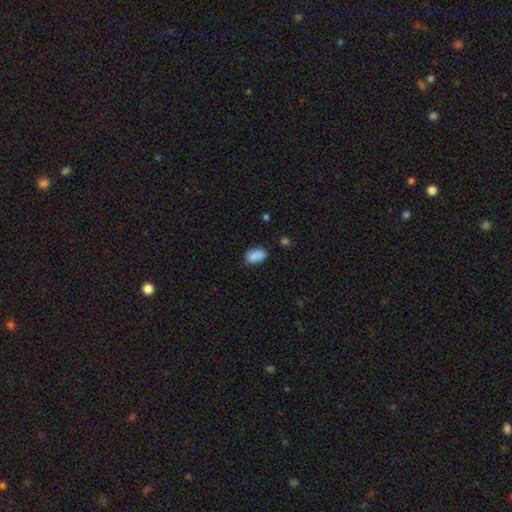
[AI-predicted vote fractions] Smooth or featured? smooth (87%)
How rounded? in between (90%)
Merging? none (75%)